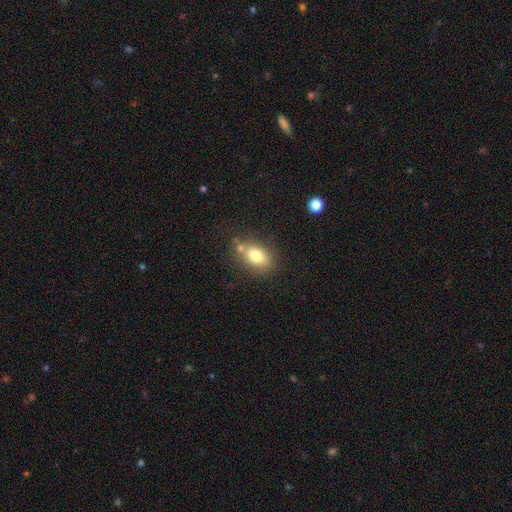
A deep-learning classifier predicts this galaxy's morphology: smooth 78%, featured or disk 12%, star or artifact 9%. Down the decision tree: how rounded — in between (81%); merging — none (65%).